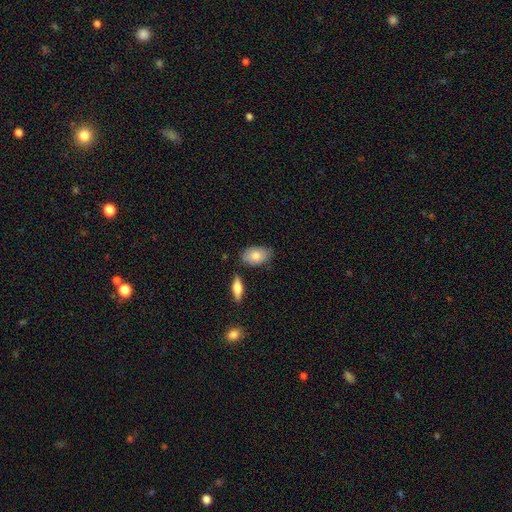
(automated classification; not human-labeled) The model was most divided on "merging": none: 77%, minor disturbance: 16%, merger: 5%, major disturbance: 3%. More confident: how rounded — in between (91%); smooth or featured — smooth (78%).